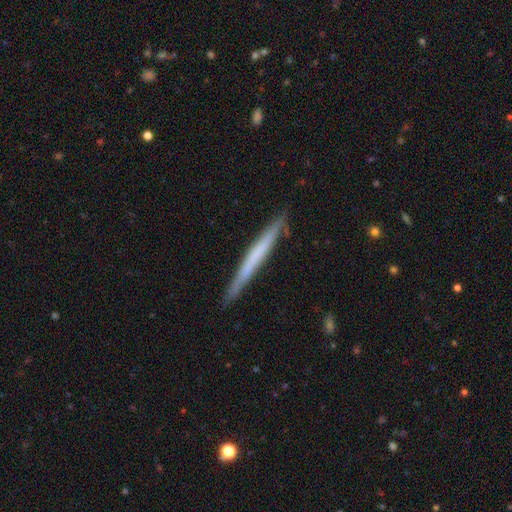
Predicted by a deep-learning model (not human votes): This appears to be a smooth galaxy with no disk features (48%). Merging: none (88%).